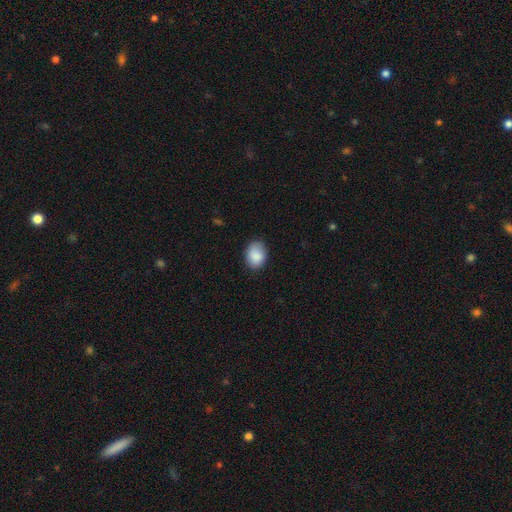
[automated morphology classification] type=smooth (88%); roundness=in between (68%); merging=none (77%).